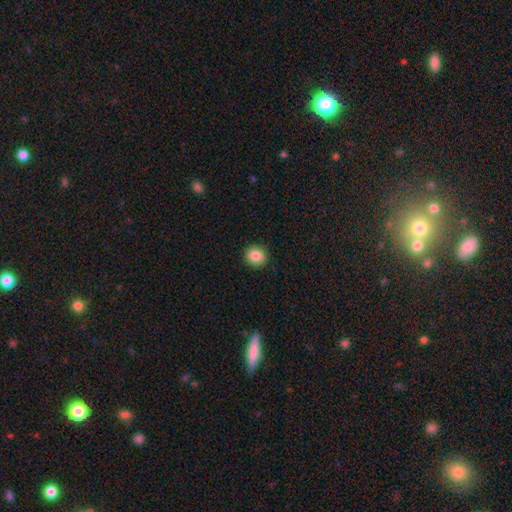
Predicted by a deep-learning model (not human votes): A smooth galaxy with no disk features (86%) that is round (87%).

Vote fractions:
- Smooth or featured? smooth: 86% / star or artifact: 9% / featured or disk: 5%
- How rounded? round: 87% / in between: 12% / cigar-shaped: 1%
- Merging? none: 92% / minor disturbance: 5% / major disturbance: 2% / merger: 1%